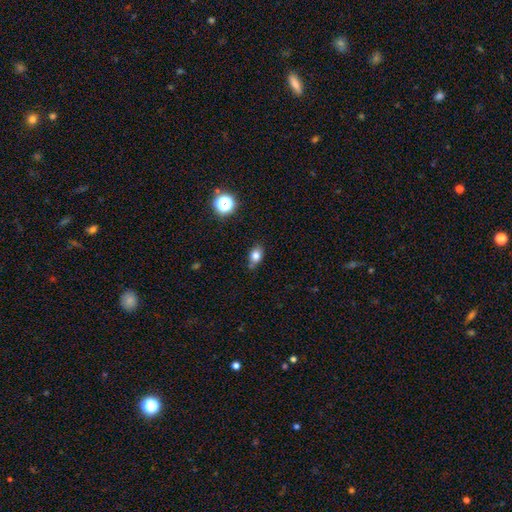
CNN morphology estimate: Smooth or featured? Predicted: smooth (p=0.79). How rounded? Predicted: in between (p=0.73). Merging? Predicted: none (p=0.66).